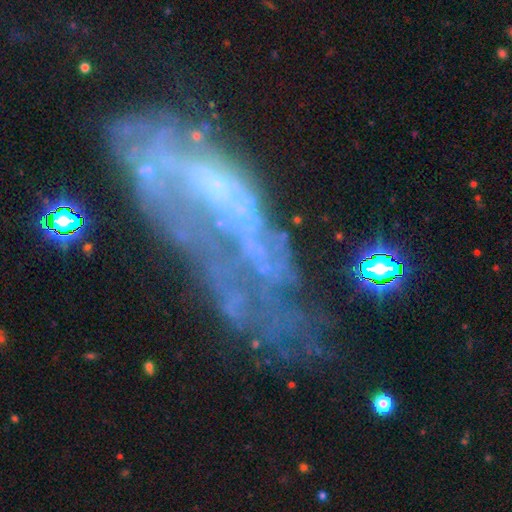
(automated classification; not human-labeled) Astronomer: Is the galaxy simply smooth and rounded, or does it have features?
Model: featured or disk — 61%.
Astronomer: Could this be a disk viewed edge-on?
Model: no — 87%.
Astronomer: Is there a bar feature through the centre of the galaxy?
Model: no — 74%.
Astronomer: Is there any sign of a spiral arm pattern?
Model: no — 63%.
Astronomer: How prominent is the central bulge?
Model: none — 42% (runner-up: small, 40%).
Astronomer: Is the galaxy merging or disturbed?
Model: major disturbance — 35% (runner-up: none, 31%).